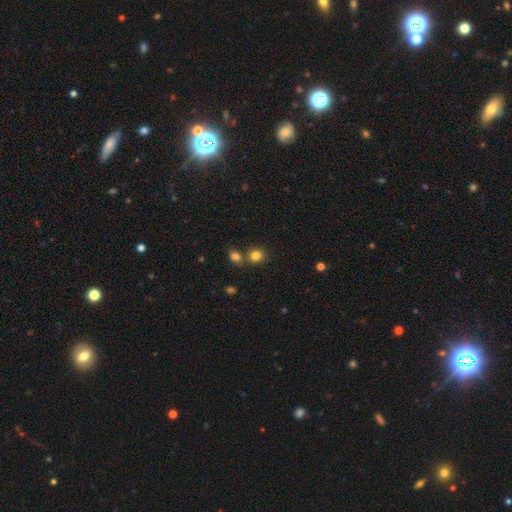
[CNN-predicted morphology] type=smooth (82%); roundness=round (80%); merging=none (66%).